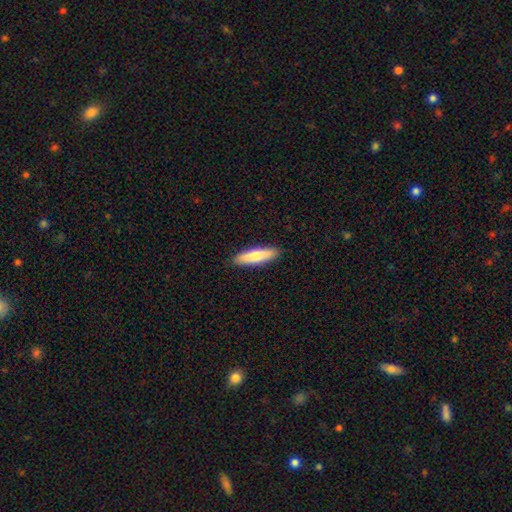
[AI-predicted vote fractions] Morphology: type=smooth (74%); roundness=cigar-shaped (73%); merging=none (91%).